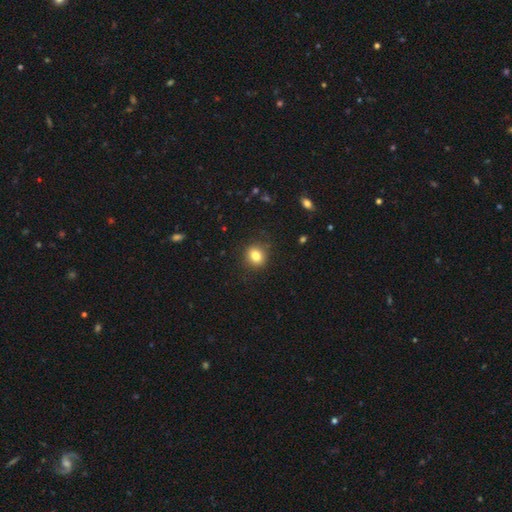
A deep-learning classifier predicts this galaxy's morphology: Overall: smooth (82%). How rounded: round (71%). Merging: none (87%).